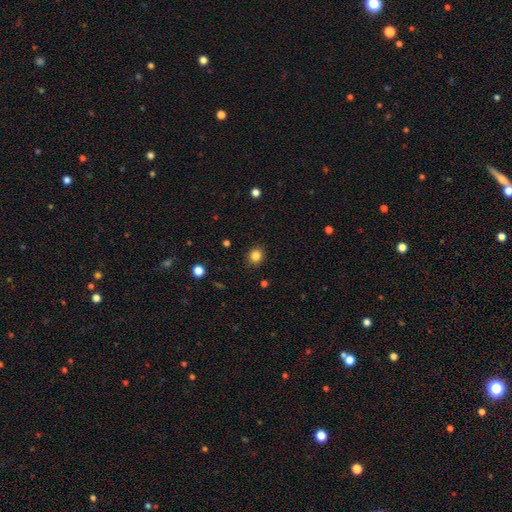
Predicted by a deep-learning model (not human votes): Smooth or featured? Predicted: smooth (p=0.84). How rounded? Predicted: round (p=0.81). Merging? Predicted: none (p=0.89).